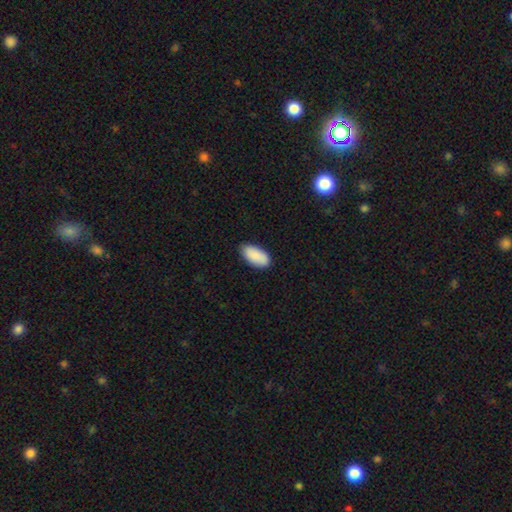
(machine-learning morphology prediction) This is clearly a smooth galaxy (90%). How rounded: clearly in between (94%). Merging: clearly none (83%).